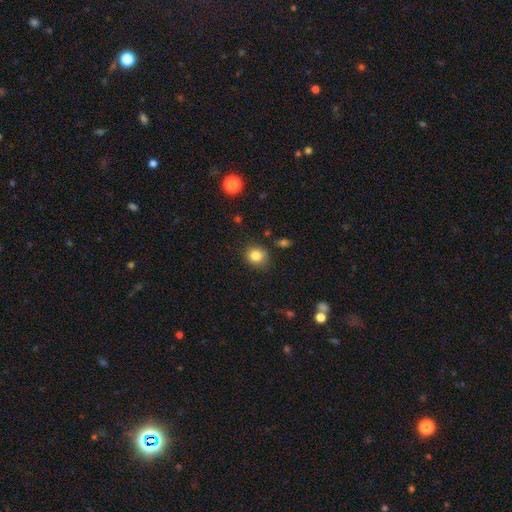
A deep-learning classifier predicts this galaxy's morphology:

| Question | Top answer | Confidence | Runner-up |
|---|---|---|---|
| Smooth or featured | smooth | 82% | star or artifact (11%) |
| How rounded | round | 79% | in between (20%) |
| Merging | none | 77% | minor disturbance (17%) |